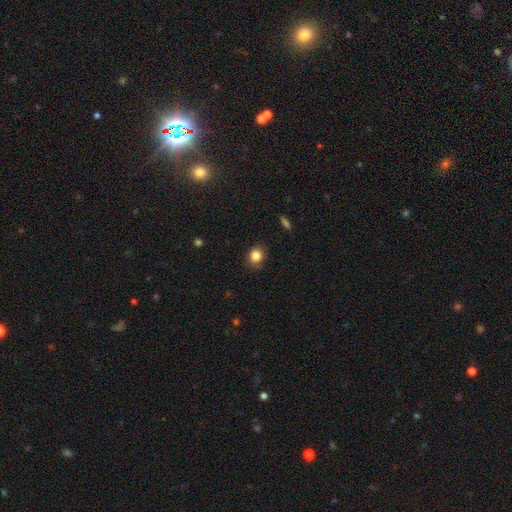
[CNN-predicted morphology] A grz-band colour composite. It shows a smooth galaxy with no disk features (84%) that is round (76%). Merging: none (79%).